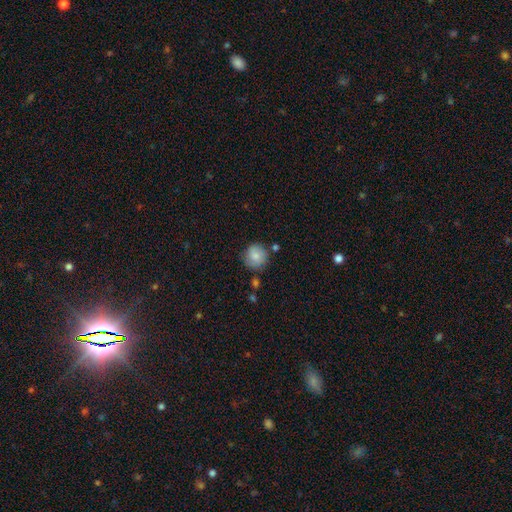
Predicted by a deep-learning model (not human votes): A smooth galaxy with no disk features (76%) that is round (91%). Merging: none (74%).